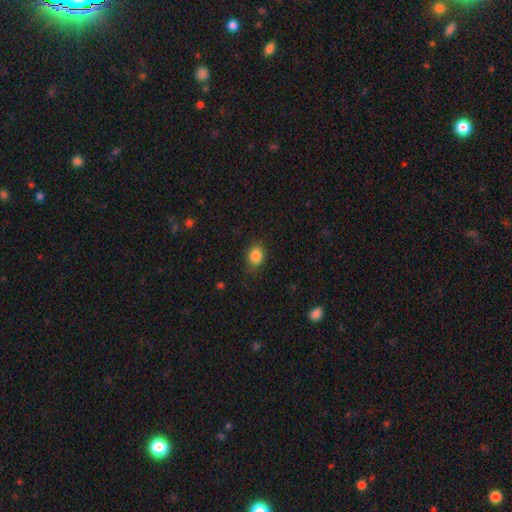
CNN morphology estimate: The model was most divided on "how rounded": in between: 53%, round: 46%, cigar-shaped: 1%. More confident: smooth or featured — smooth (86%); merging — none (82%).